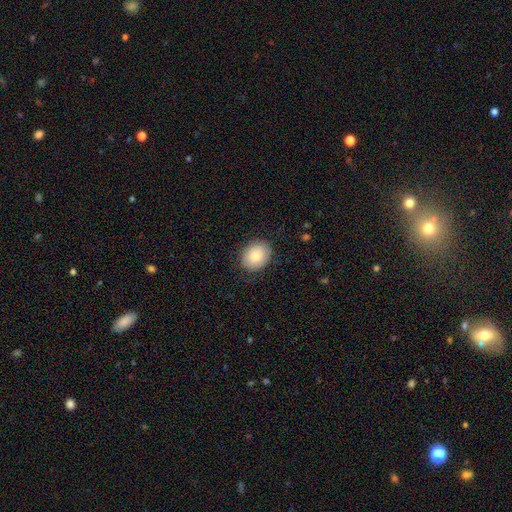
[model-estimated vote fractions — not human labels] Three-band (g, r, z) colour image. It shows a smooth galaxy with no disk features (84%) that is in between round and cigar-shaped (53%). Merging: none (83%).